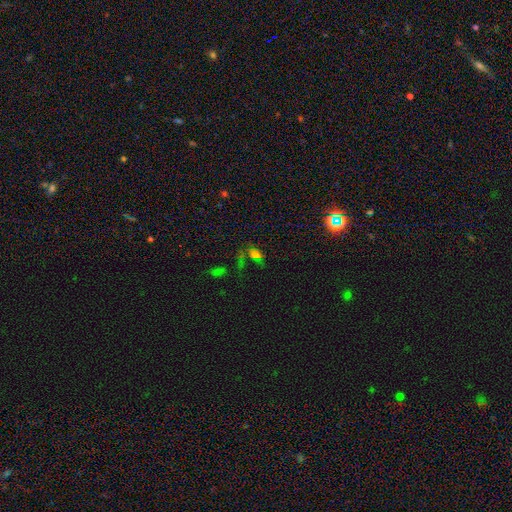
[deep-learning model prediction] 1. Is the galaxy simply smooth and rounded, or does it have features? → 45% star or artifact, 40% smooth, 15% featured or disk.